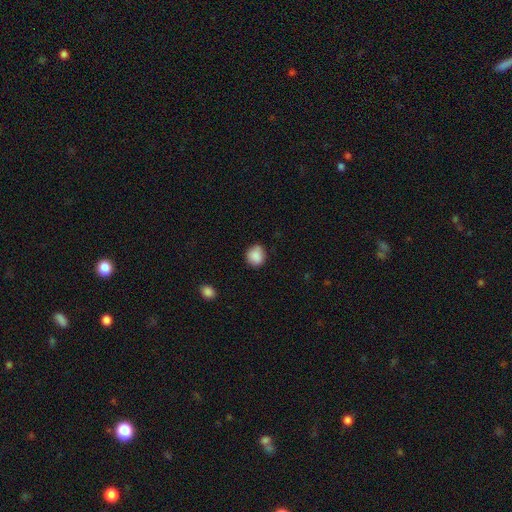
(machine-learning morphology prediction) smooth 88%, star or artifact 8%, featured or disk 4%. Down the decision tree: how rounded — round (75%); merging — none (77%).